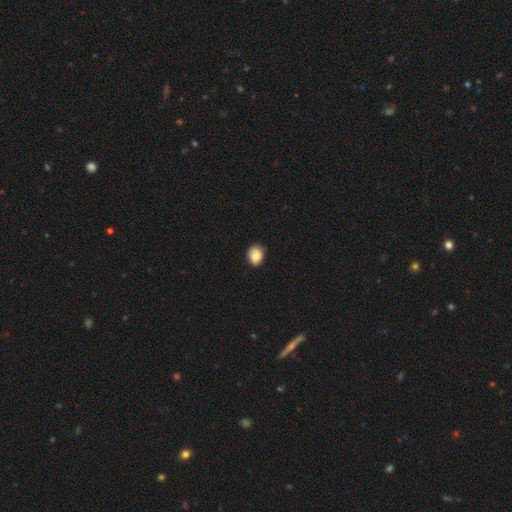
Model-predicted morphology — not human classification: This appears to be a smooth galaxy with no disk features (87%) that is in between round and cigar-shaped (50%). Merging: none (77%).